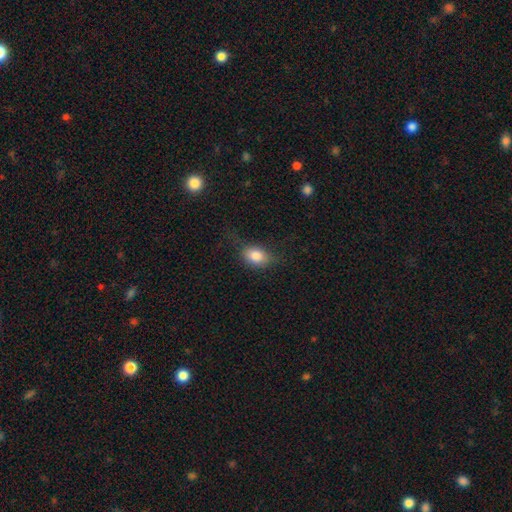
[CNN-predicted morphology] This appears to be a smooth galaxy with no disk features (81%) that is in between round and cigar-shaped (71%). Merging: none (58%).